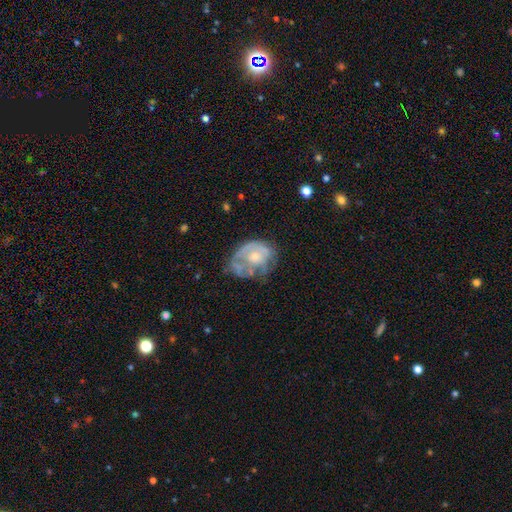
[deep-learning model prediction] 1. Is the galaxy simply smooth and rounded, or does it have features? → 61% featured or disk, 31% smooth, 7% star or artifact.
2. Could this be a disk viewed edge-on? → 97% no, 3% yes.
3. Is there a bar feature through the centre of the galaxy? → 86% no, 12% weak, 2% strong.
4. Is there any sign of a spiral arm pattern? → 61% no, 39% yes.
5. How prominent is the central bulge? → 46% moderate, 43% small, 6% none, 4% large, 1% dominant.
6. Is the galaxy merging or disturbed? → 37% none, 30% major disturbance, 28% minor disturbance, 6% merger.